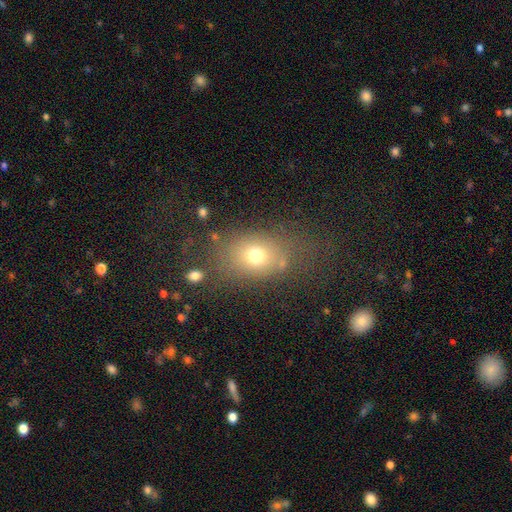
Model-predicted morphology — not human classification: Smooth or featured? Predicted: smooth (p=0.70). How rounded? Predicted: in between (p=0.65). Merging? Predicted: none (p=0.66).